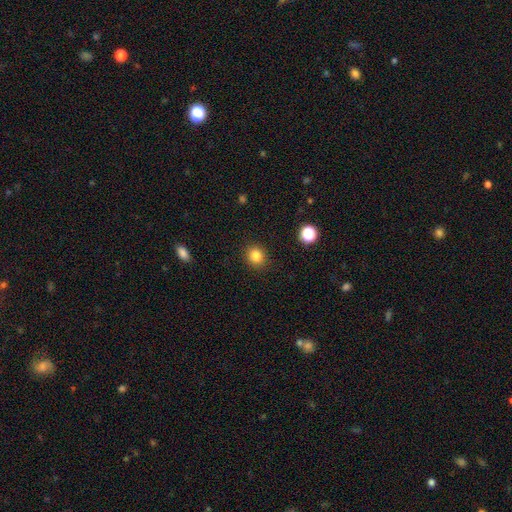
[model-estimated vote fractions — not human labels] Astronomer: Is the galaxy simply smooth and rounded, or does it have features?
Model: smooth — 84%.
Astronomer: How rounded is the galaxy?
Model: round — 81%.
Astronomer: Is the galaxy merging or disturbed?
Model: none — 90%.